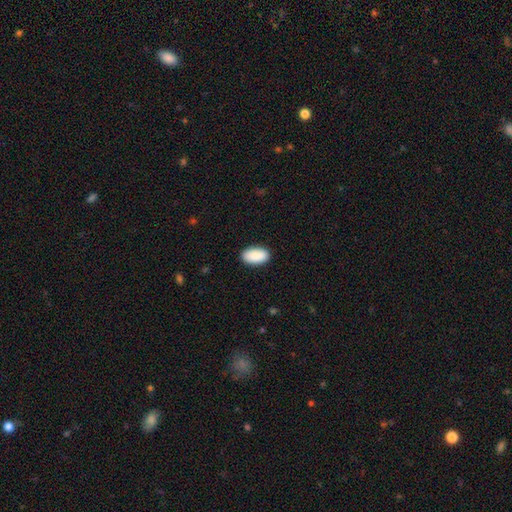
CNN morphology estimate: smooth 91%, star or artifact 6%, featured or disk 3%. Down the decision tree: how rounded — in between (95%); merging — none (89%).